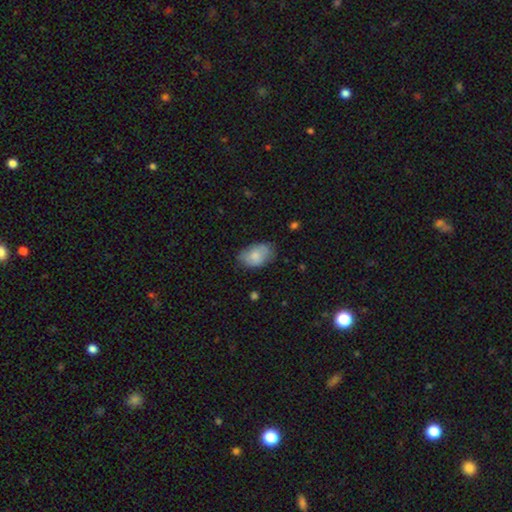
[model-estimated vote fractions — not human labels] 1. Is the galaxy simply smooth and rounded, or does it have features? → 78% smooth, 16% featured or disk, 7% star or artifact.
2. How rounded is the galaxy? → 90% in between, 9% round, 1% cigar-shaped.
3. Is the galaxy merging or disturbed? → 68% none, 25% minor disturbance, 5% major disturbance, 2% merger.